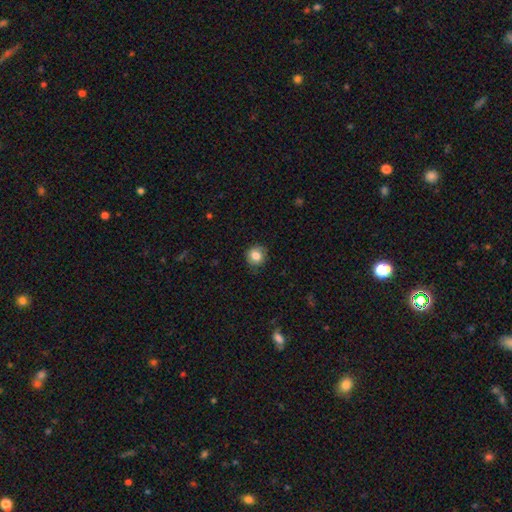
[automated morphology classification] A smooth galaxy with no disk features (82%) that is round (83%).

Vote fractions:
- Smooth or featured? smooth: 82% / star or artifact: 9% / featured or disk: 8%
- How rounded? round: 83% / in between: 16% / cigar-shaped: 1%
- Merging? none: 80% / minor disturbance: 16% / major disturbance: 4% / merger: 1%